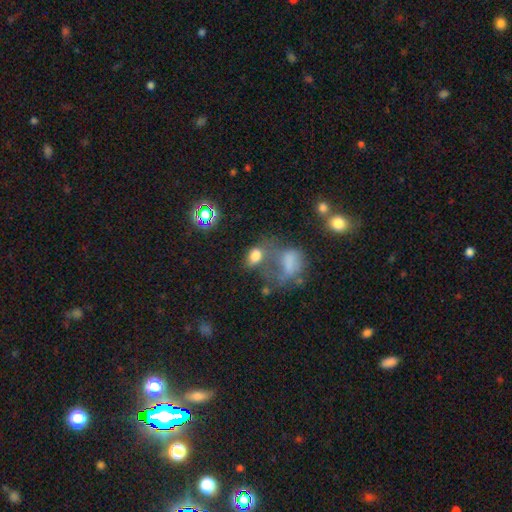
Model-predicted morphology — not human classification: The model was most divided on "merging": merger: 35%, major disturbance: 27%, none: 25%, minor disturbance: 13%. More confident: how rounded — in between (75%); smooth or featured — smooth (64%).